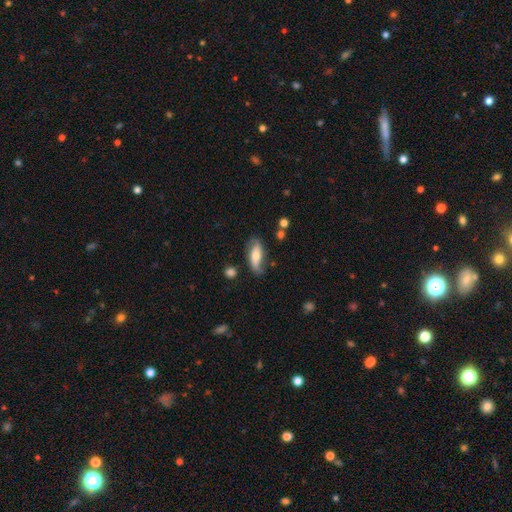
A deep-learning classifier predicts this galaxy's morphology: A featured or disk galaxy (49%).

Vote fractions:
- Smooth or featured? featured or disk: 49% / smooth: 44% / star or artifact: 7%
- Merging? none: 68% / minor disturbance: 22% / major disturbance: 7% / merger: 3%